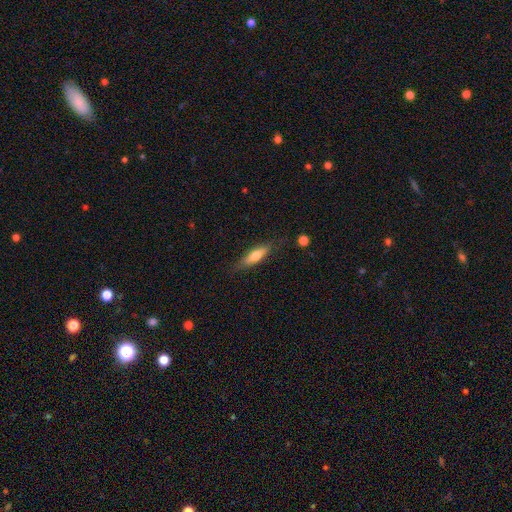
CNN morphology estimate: Smooth or featured: smooth — 60% (featured or disk — 33%)
How rounded: cigar-shaped — 64% (in between — 34%)
Merging: none — 81% (minor disturbance — 14%)